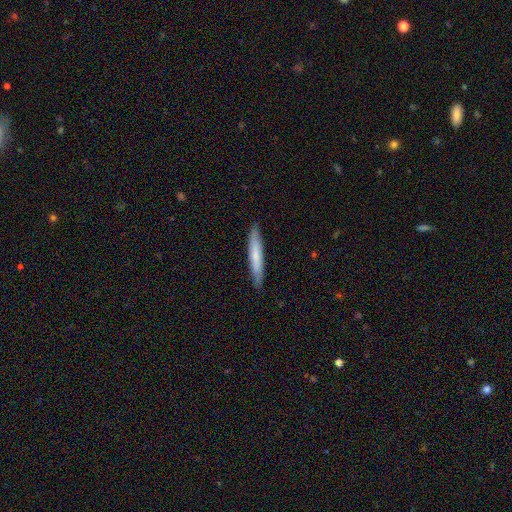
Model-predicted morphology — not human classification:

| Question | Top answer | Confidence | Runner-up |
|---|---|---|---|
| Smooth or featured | smooth | 68% | featured or disk (27%) |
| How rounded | cigar-shaped | 93% | in between (6%) |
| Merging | none | 89% | minor disturbance (9%) |